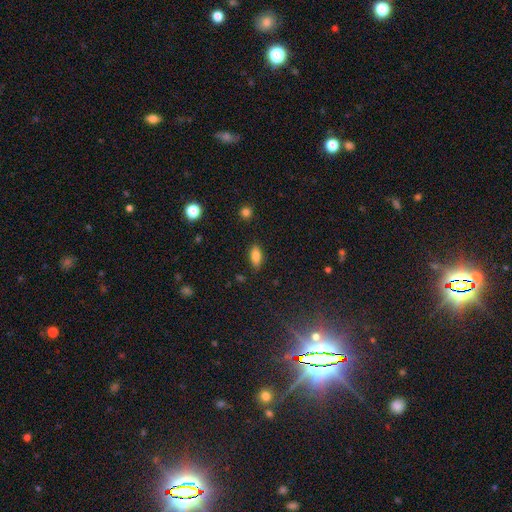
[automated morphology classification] type=smooth (81%); roundness=in between (84%); merging=none (85%).